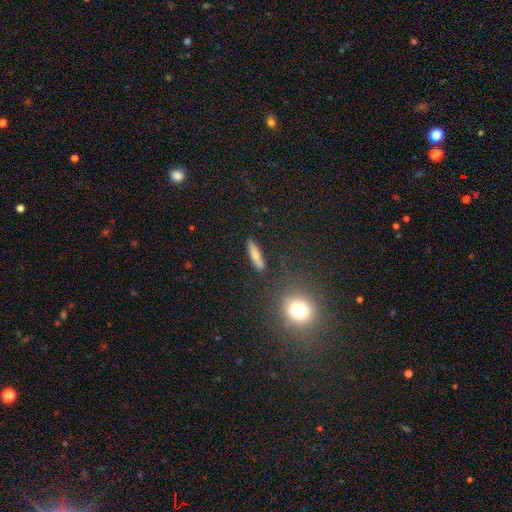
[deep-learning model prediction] This is likely a smooth galaxy (78%). How rounded: likely cigar-shaped (79%). Merging: clearly none (84%).